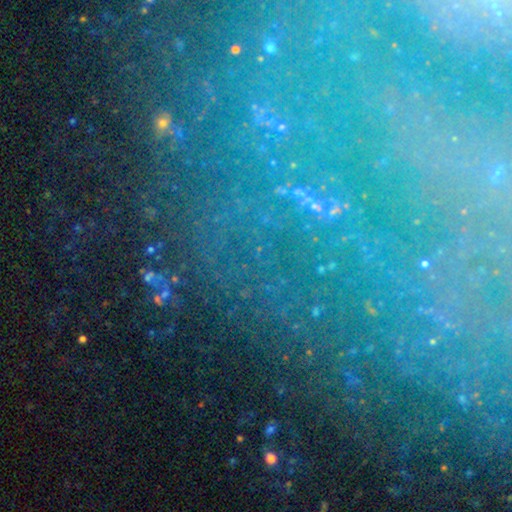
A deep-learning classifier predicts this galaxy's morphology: Smooth or featured? Predicted: star or artifact (p=0.69).